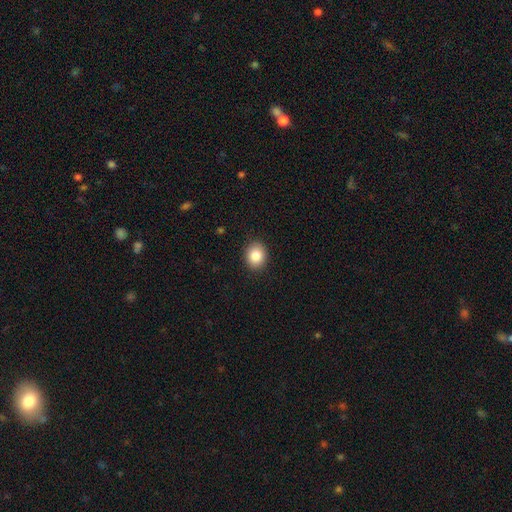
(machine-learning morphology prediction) A smooth galaxy with no disk features (85%) that is round (55%).

Vote fractions:
- Smooth or featured? smooth: 85% / star or artifact: 9% / featured or disk: 6%
- How rounded? round: 55% / in between: 44% / cigar-shaped: 1%
- Merging? none: 90% / minor disturbance: 7% / major disturbance: 2% / merger: 1%